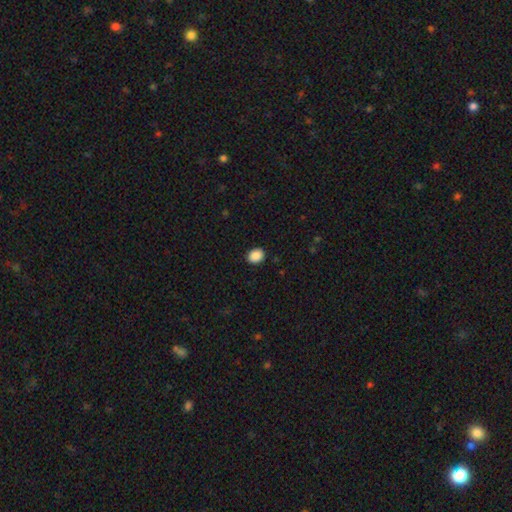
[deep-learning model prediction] Overall: smooth (89%). How rounded: in between (51%; round 48%). Merging: none (90%).